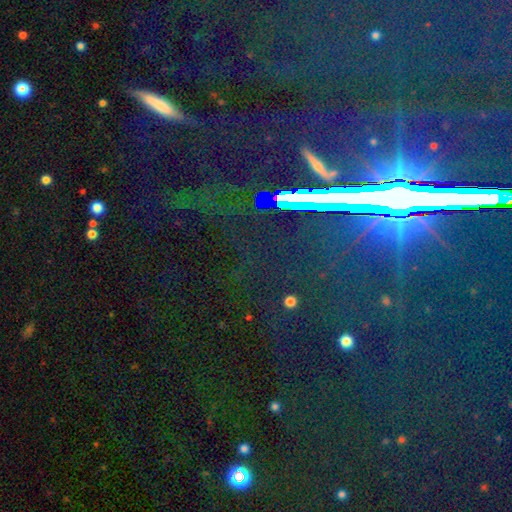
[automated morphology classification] Smooth or featured?
  - star or artifact: 79% *
  - featured or disk: 11%
  - smooth: 10%